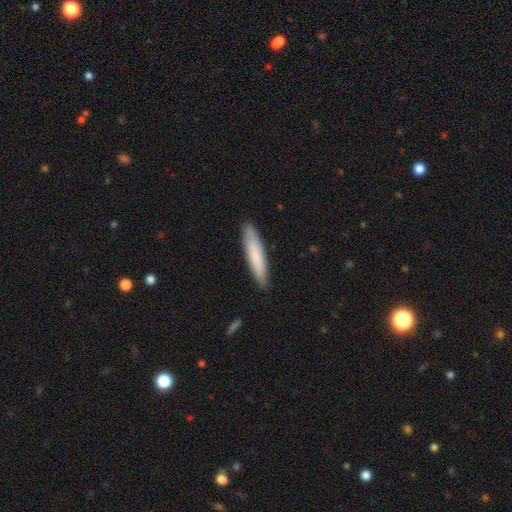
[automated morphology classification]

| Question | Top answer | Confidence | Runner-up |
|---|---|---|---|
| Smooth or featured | smooth | 78% | featured or disk (16%) |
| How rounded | cigar-shaped | 88% | in between (10%) |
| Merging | none | 89% | minor disturbance (8%) |